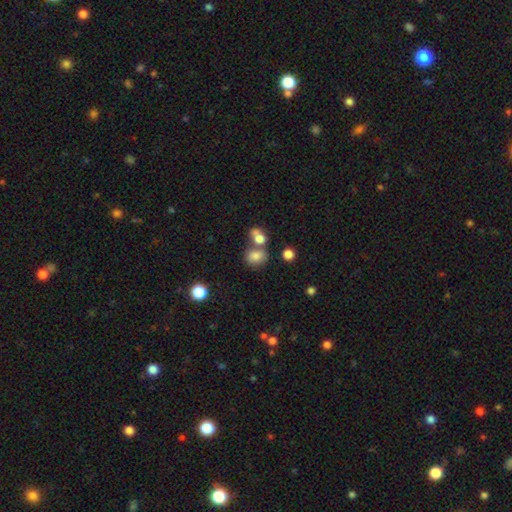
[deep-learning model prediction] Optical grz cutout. It shows a smooth galaxy with no disk features (78%) that is round (50%). Merging: none (48%).